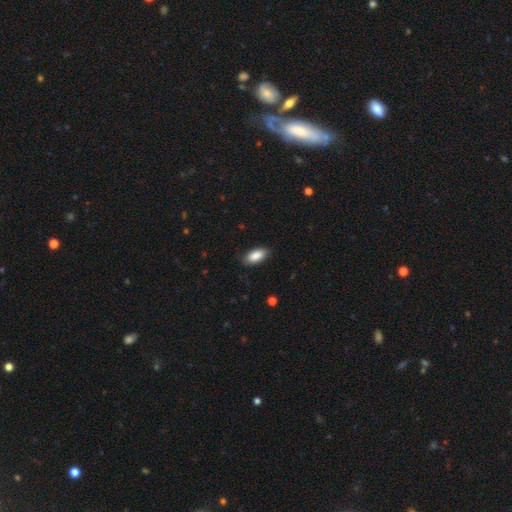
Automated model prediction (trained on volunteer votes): Q: Smooth or featured?
A: smooth (88%); runner-up: star or artifact (6%)
Q: How rounded?
A: in between (90%); runner-up: cigar-shaped (8%)
Q: Merging?
A: none (84%); runner-up: minor disturbance (13%)